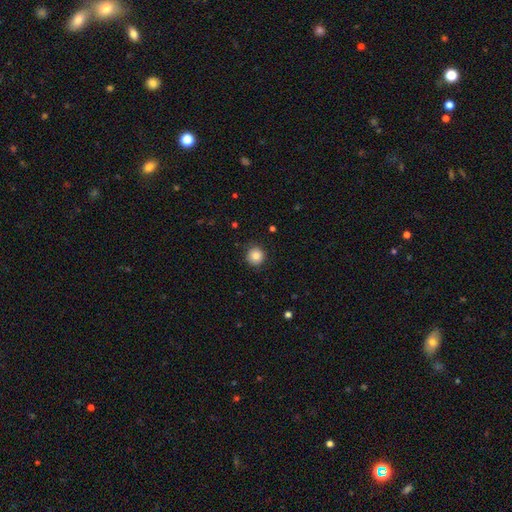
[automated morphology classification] Overall: smooth (86%). How rounded: round (94%). Merging: none (89%).